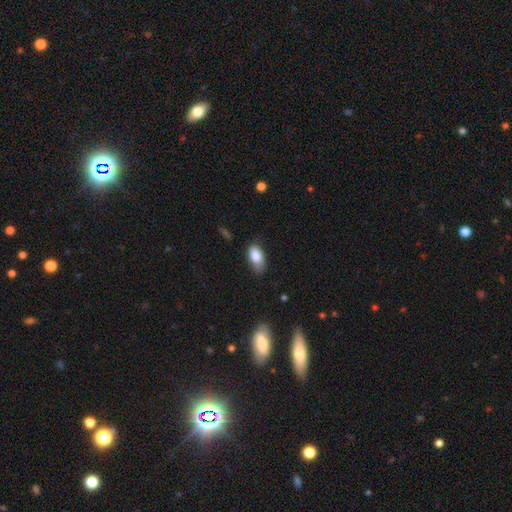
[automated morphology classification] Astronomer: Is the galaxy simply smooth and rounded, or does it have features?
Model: smooth — 83%.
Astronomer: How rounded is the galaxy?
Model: in between — 92%.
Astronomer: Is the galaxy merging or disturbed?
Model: none — 66%.